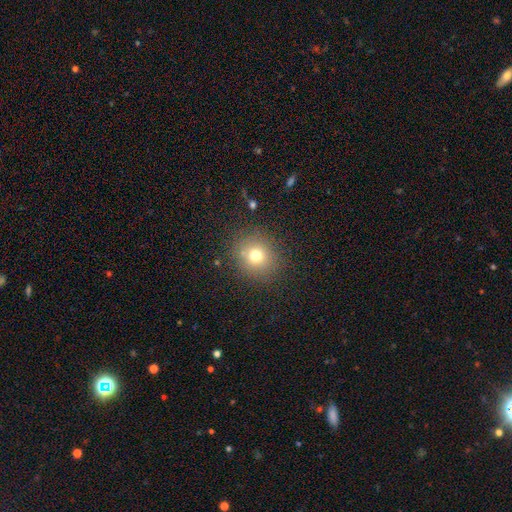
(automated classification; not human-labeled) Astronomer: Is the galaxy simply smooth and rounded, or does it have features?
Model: smooth — 72%.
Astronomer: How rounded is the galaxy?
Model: round — 86%.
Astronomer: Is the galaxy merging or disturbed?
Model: none — 84%.